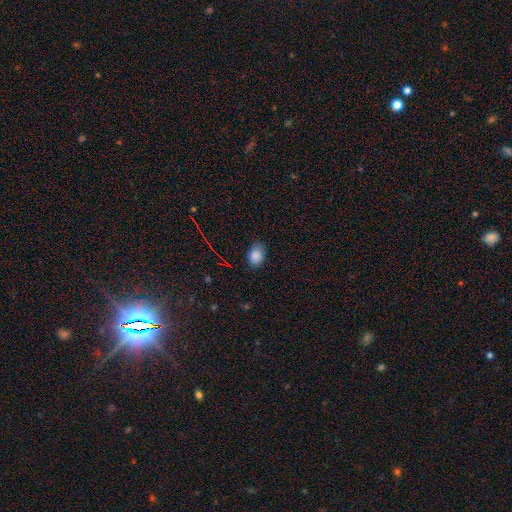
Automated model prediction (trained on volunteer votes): A smooth galaxy with no disk features (83%) that is in between round and cigar-shaped (77%).

Vote fractions:
- Smooth or featured? smooth: 83% / star or artifact: 11% / featured or disk: 6%
- How rounded? in between: 77% / round: 22% / cigar-shaped: 1%
- Merging? none: 77% / minor disturbance: 18% / major disturbance: 3% / merger: 1%